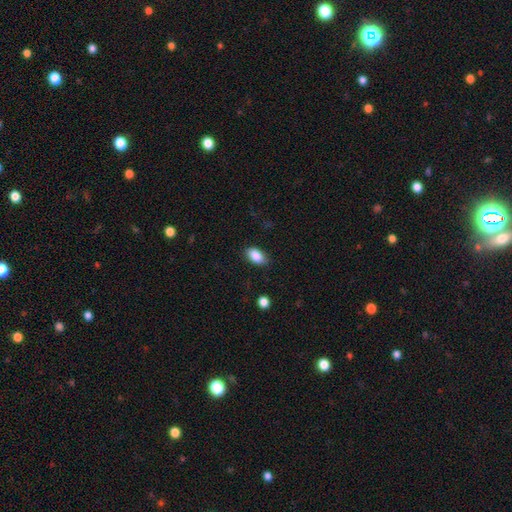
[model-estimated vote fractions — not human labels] A smooth galaxy with no disk features (87%) that is in between round and cigar-shaped (91%).

Vote fractions:
- Smooth or featured? smooth: 87% / star or artifact: 8% / featured or disk: 5%
- How rounded? in between: 91% / round: 6% / cigar-shaped: 2%
- Merging? none: 83% / minor disturbance: 13% / major disturbance: 3% / merger: 1%